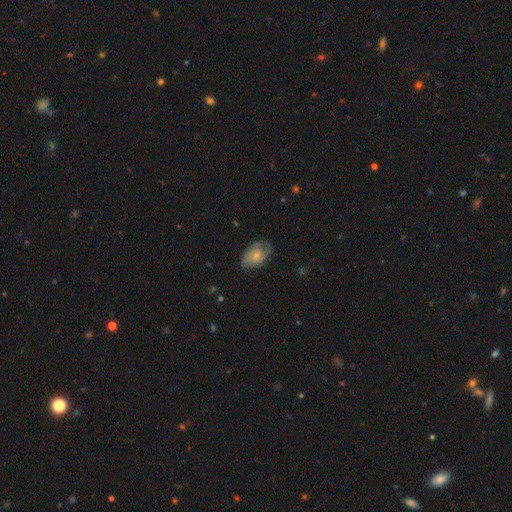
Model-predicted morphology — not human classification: A smooth galaxy with no disk features (54%) that is in between round and cigar-shaped (88%).

Vote fractions:
- Smooth or featured? smooth: 54% / featured or disk: 40% / star or artifact: 7%
- How rounded? in between: 88% / round: 10% / cigar-shaped: 2%
- Merging? none: 59% / minor disturbance: 28% / major disturbance: 11% / merger: 1%